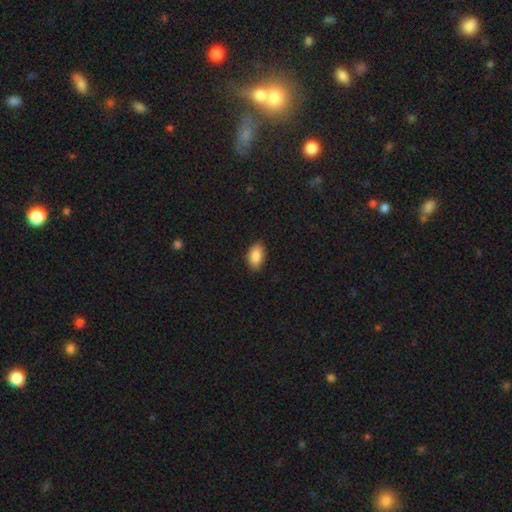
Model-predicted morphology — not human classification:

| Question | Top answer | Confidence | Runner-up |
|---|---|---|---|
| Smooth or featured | smooth | 88% | star or artifact (7%) |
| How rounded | in between | 93% | round (5%) |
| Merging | none | 85% | minor disturbance (12%) |